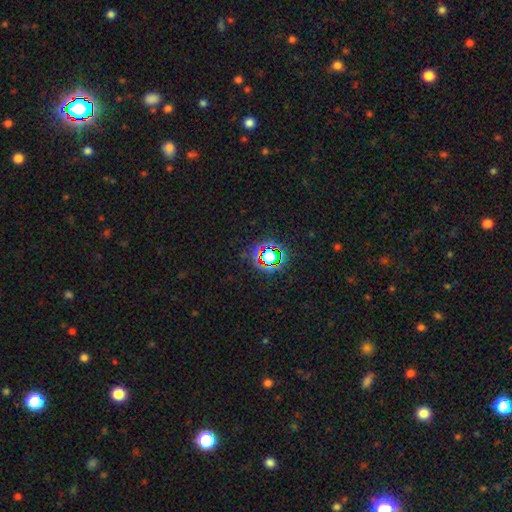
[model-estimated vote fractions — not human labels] The model was most divided on "smooth or featured": star or artifact: 75%, smooth: 15%, featured or disk: 10%.